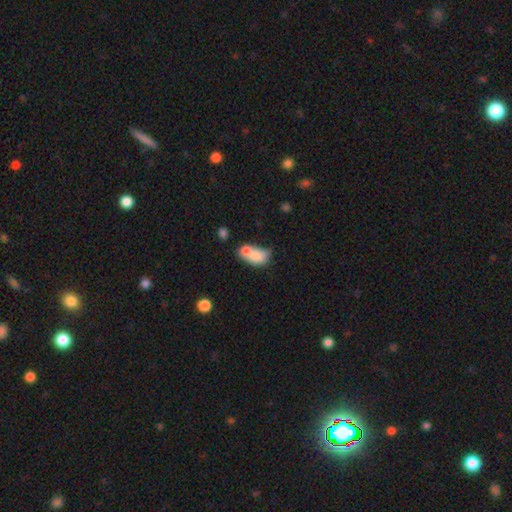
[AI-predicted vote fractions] Q: Smooth or featured?
A: smooth (74%); runner-up: featured or disk (18%)
Q: How rounded?
A: in between (81%); runner-up: round (17%)
Q: Merging?
A: merger (60%); runner-up: none (23%)